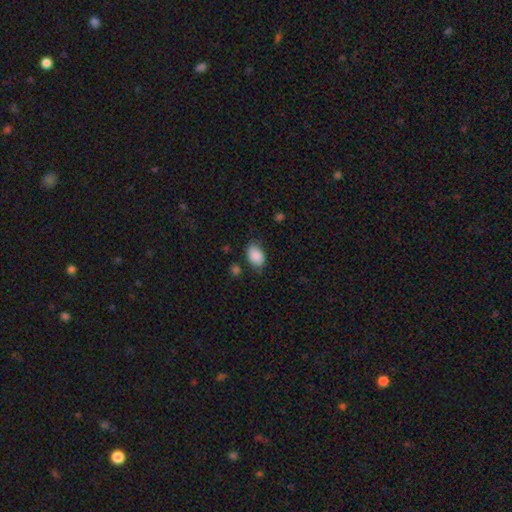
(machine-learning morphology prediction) Smooth or featured?
  - smooth: 88% *
  - star or artifact: 7%
  - featured or disk: 5%
How rounded?
  - in between: 87% *
  - round: 12%
  - cigar-shaped: 1%
Merging?
  - none: 74% *
  - minor disturbance: 19%
  - major disturbance: 4%
  - merger: 2%